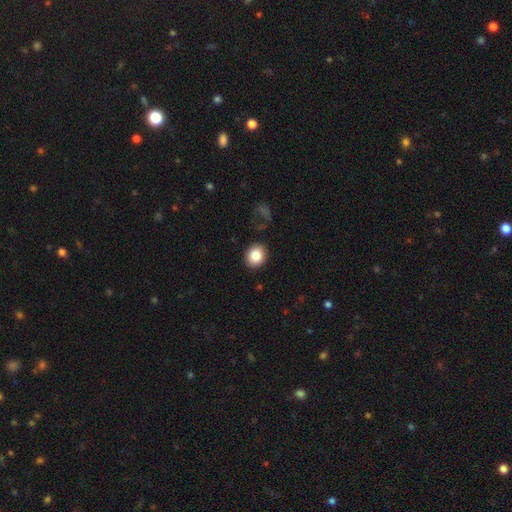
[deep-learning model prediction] Smooth or featured? smooth (83%)
How rounded? round (68%)
Merging? none (89%)